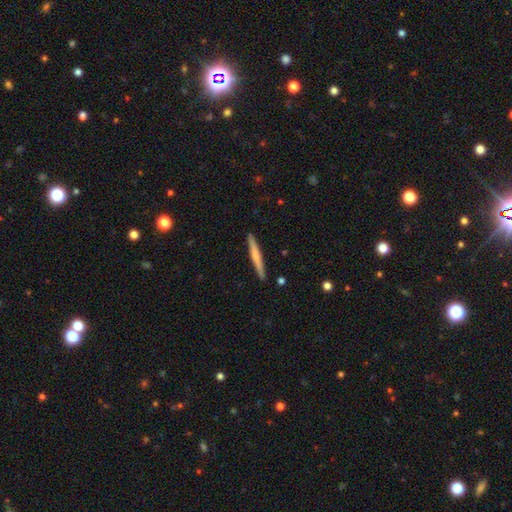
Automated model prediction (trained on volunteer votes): Morphology: type=smooth (51%); roundness=cigar-shaped (96%); merging=none (91%).